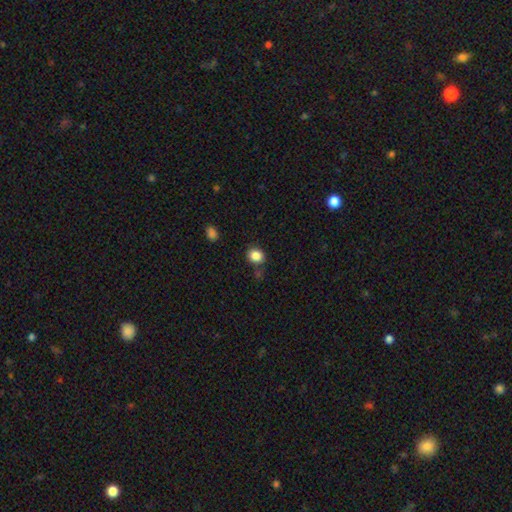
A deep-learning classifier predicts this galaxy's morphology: type=smooth (86%); roundness=round (70%); merging=none (78%).